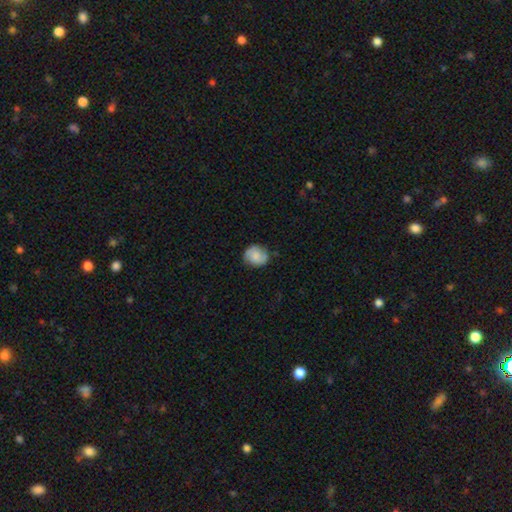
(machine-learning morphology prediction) Smooth or featured?
  - smooth: 66% *
  - featured or disk: 26%
  - star or artifact: 8%
How rounded?
  - round: 73% *
  - in between: 26%
  - cigar-shaped: 1%
Merging?
  - none: 77% *
  - minor disturbance: 17%
  - major disturbance: 4%
  - merger: 1%